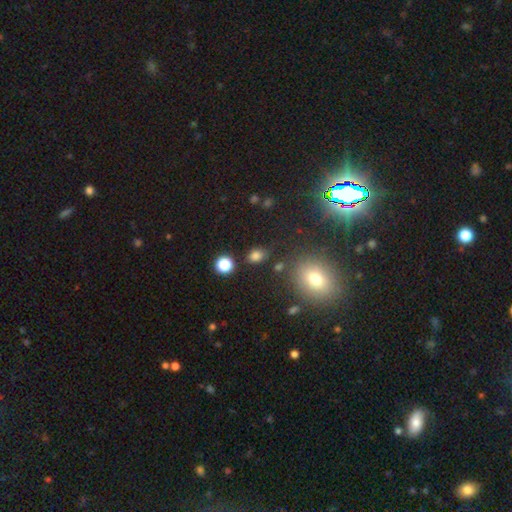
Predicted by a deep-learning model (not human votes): This appears to be a smooth galaxy with no disk features (79%) that is in between round and cigar-shaped (65%). Merging: none (75%).